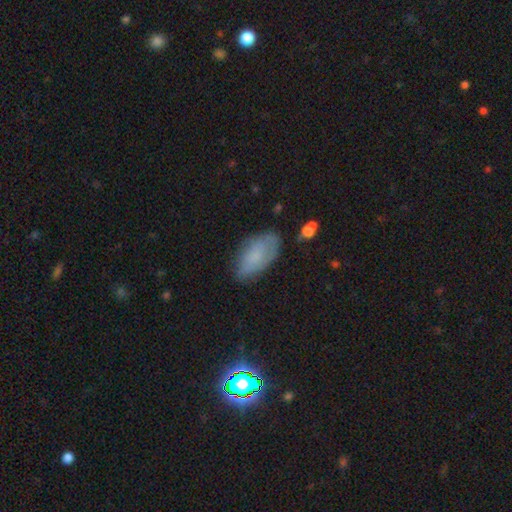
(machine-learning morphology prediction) Q: Smooth or featured?
A: smooth (69%); runner-up: featured or disk (21%)
Q: How rounded?
A: in between (93%); runner-up: cigar-shaped (4%)
Q: Merging?
A: none (68%); runner-up: minor disturbance (24%)